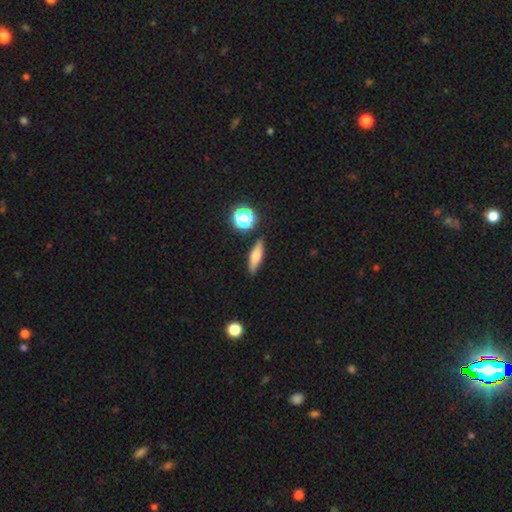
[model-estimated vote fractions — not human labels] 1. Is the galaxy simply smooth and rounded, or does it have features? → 66% smooth, 24% featured or disk, 10% star or artifact.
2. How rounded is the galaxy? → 54% cigar-shaped, 39% in between, 7% round.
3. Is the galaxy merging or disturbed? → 86% none, 9% minor disturbance, 3% merger, 2% major disturbance.